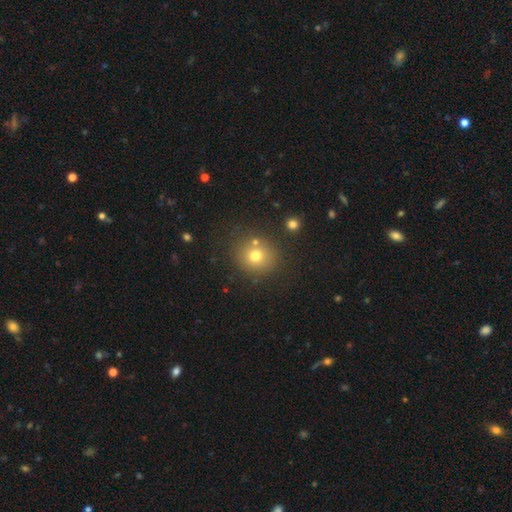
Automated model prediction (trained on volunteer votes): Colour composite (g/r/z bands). It shows a smooth galaxy with no disk features (72%) that is round (85%). Merging: none (77%).